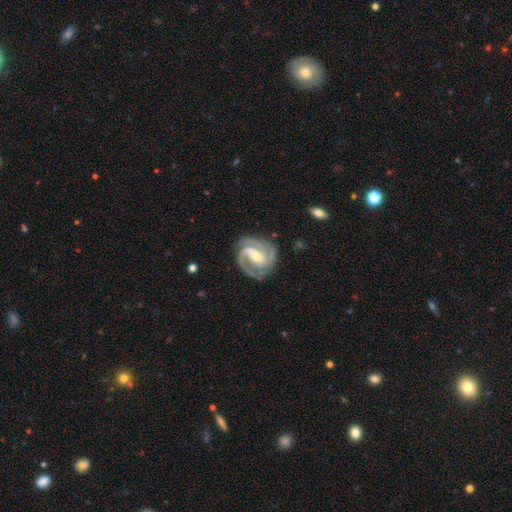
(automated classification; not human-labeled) The model was most divided on "spiral winding": tight: 48%, medium: 44%, loose: 8%. Remaining: edge-on disk — no (98%); spiral arms — yes (98%); smooth or featured — featured or disk (91%); merging — none (76%); spiral arm count — 2 (59%); bulge size — small (51%); bar — weak (43%).